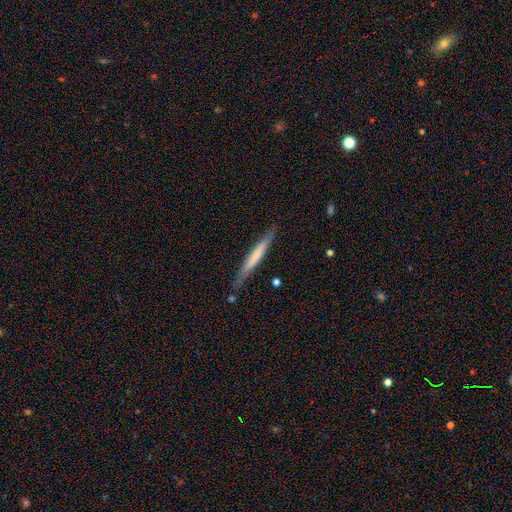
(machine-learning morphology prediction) Q: Smooth or featured?
A: smooth (57%); runner-up: featured or disk (38%)
Q: How rounded?
A: cigar-shaped (96%); runner-up: in between (3%)
Q: Merging?
A: none (82%); runner-up: minor disturbance (13%)